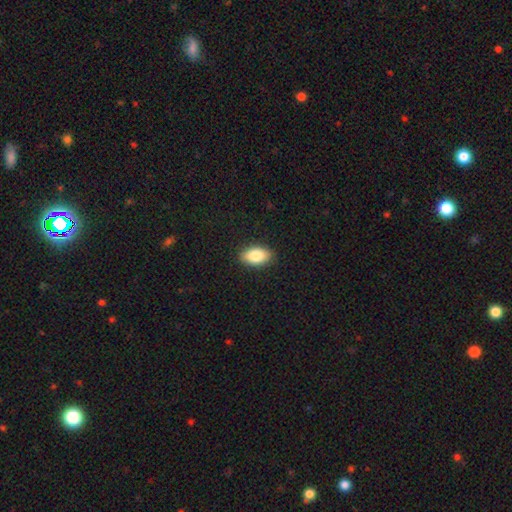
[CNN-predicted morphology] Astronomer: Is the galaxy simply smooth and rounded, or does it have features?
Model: smooth — 84%.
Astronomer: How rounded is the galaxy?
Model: in between — 92%.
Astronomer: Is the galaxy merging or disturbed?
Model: none — 89%.